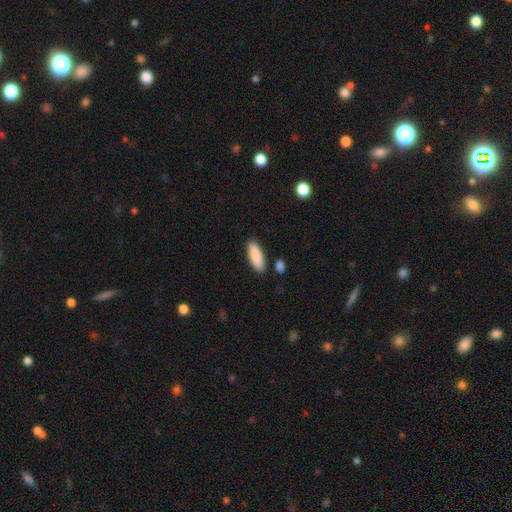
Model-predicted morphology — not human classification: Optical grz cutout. It shows a smooth galaxy with no disk features (89%) that is in between round and cigar-shaped (62%). Merging: none (86%).